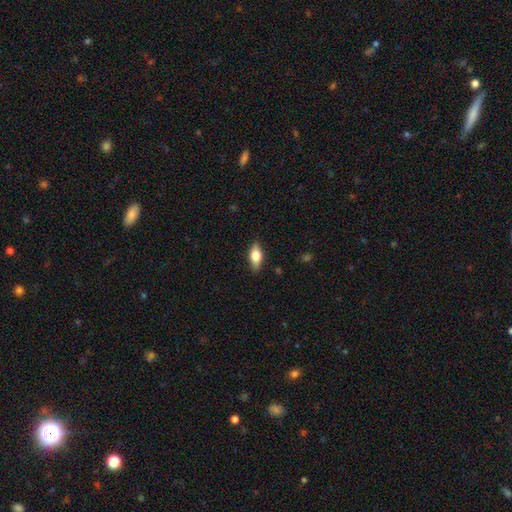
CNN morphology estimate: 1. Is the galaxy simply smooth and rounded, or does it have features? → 63% smooth, 30% featured or disk, 7% star or artifact.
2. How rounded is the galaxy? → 80% in between, 16% cigar-shaped, 4% round.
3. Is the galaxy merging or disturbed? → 86% none, 10% minor disturbance, 2% major disturbance, 1% merger.